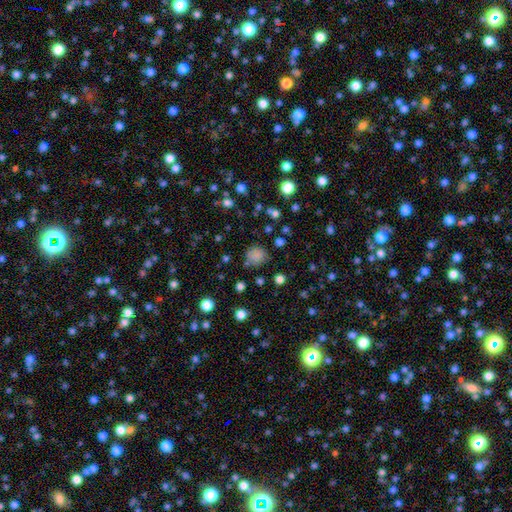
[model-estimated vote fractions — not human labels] This is likely a smooth galaxy (80%). How rounded: clearly round (85%). Merging: likely none (76%).